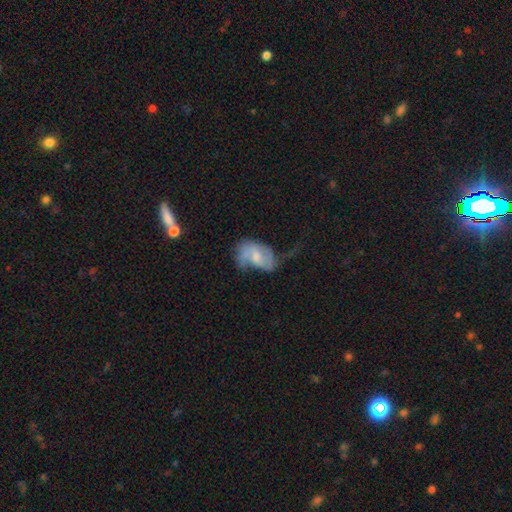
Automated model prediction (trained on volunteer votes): Smooth or featured: featured or disk — 58% (smooth — 34%)
Edge-on disk: no — 96% (yes — 4%)
Bar: no — 46% (weak — 44%)
Spiral arms: yes — 73% (no — 27%)
Bulge size: moderate — 40% (small — 36%)
Merging: major disturbance — 36% (none — 31%)